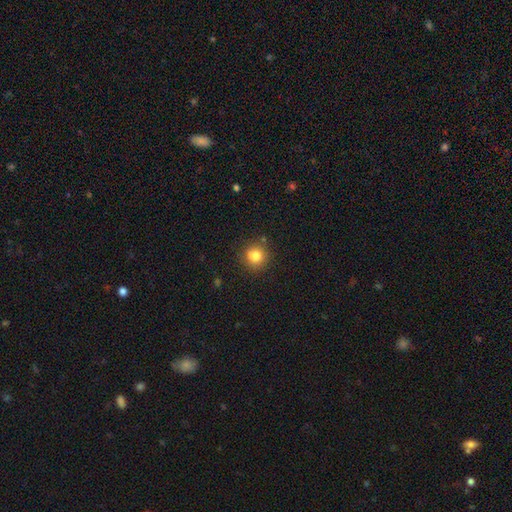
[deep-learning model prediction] This appears to be a smooth galaxy with no disk features (83%) that is round (91%). Merging: none (83%).